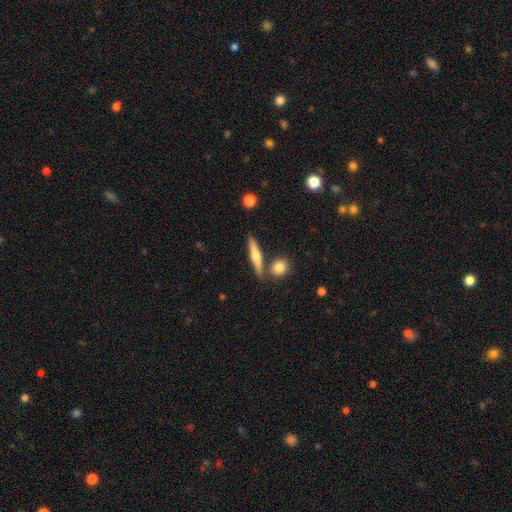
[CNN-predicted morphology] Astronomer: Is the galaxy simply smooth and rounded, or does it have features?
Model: featured or disk — 48% (runner-up: smooth, 46%).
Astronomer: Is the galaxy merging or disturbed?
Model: none — 77%.